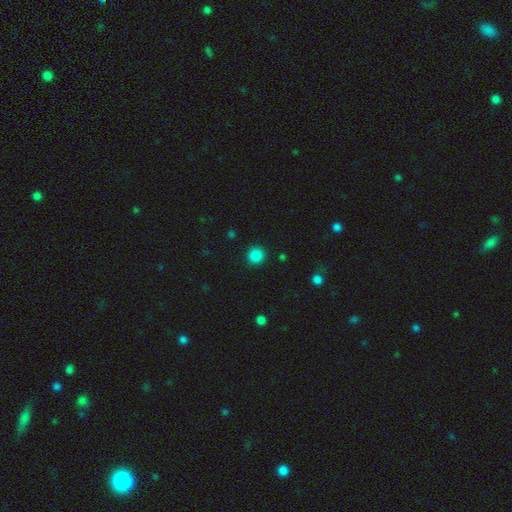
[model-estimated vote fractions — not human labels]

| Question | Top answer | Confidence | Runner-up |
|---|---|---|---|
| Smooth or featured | smooth | 85% | star or artifact (12%) |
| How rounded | round | 94% | in between (5%) |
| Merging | none | 91% | minor disturbance (6%) |